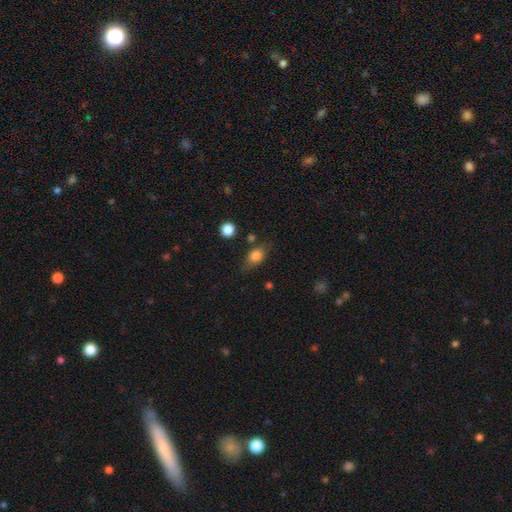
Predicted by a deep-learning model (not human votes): This is likely a smooth galaxy (79%). How rounded: likely in between (72%). Merging: likely none (69%).